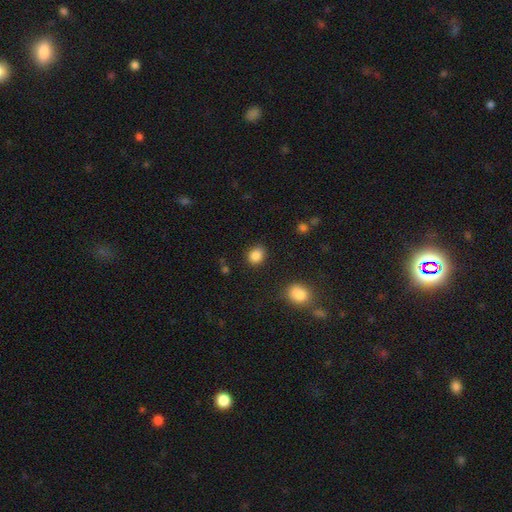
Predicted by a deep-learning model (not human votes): Overall: smooth (86%). How rounded: round (59%; in between 40%). Merging: none (84%).